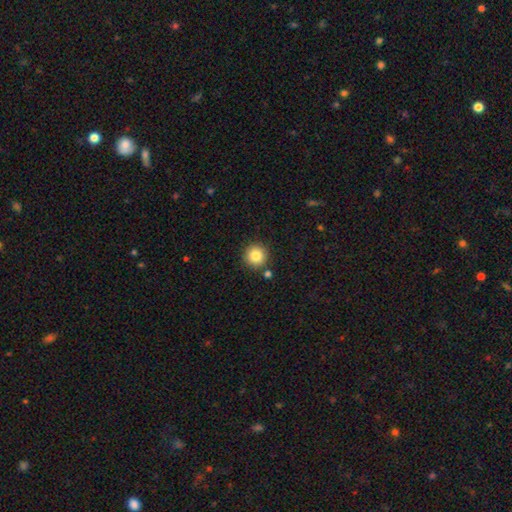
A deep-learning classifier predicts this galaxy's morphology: Smooth or featured? Predicted: smooth (p=0.84). How rounded? Predicted: round (p=0.95). Merging? Predicted: none (p=0.86).